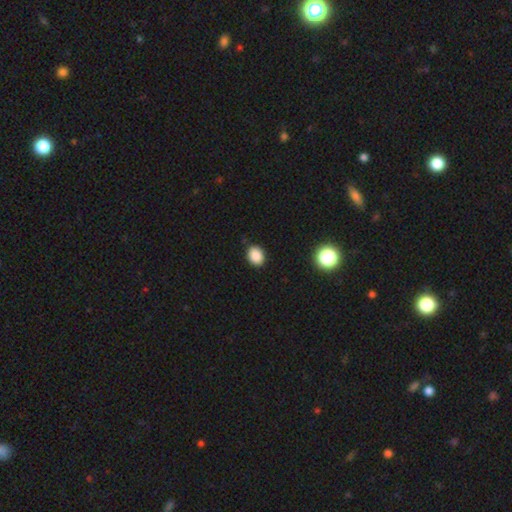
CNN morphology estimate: Smooth or featured?
  - smooth: 87% *
  - star or artifact: 10%
  - featured or disk: 3%
How rounded?
  - in between: 53% *
  - round: 46%
  - cigar-shaped: 1%
Merging?
  - none: 87% *
  - minor disturbance: 10%
  - major disturbance: 2%
  - merger: 1%